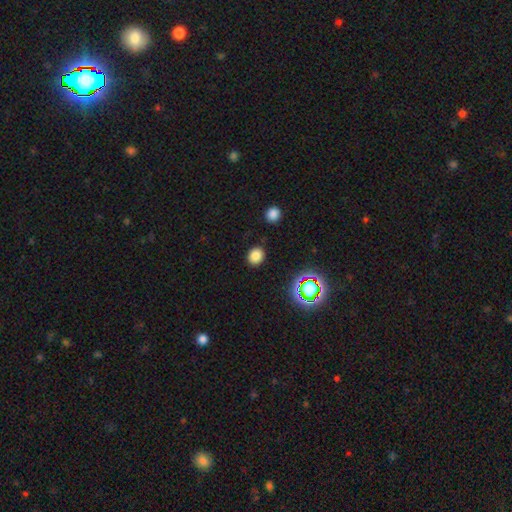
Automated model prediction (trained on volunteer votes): Smooth or featured?
  - smooth: 79% *
  - star or artifact: 16%
  - featured or disk: 5%
How rounded?
  - round: 65% *
  - in between: 34%
  - cigar-shaped: 1%
Merging?
  - none: 87% *
  - minor disturbance: 8%
  - major disturbance: 3%
  - merger: 2%